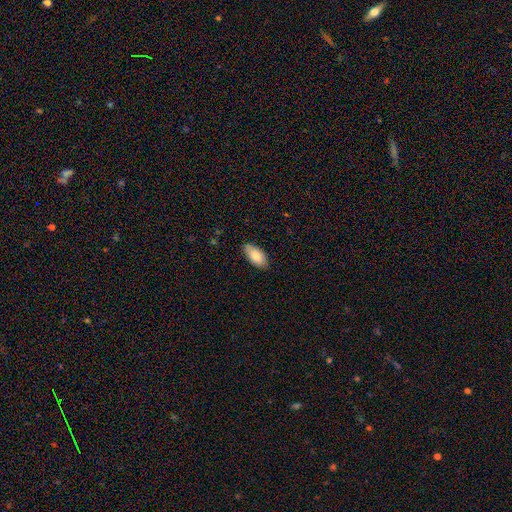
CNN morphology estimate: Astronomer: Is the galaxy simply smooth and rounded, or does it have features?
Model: smooth — 86%.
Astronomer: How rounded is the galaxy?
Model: in between — 91%.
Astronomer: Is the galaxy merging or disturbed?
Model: none — 79%.